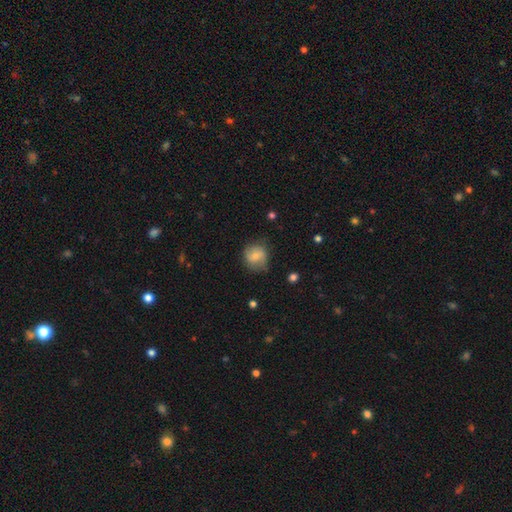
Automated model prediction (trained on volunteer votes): smooth 69%, featured or disk 23%, star or artifact 8%. Down the decision tree: how rounded — round (80%); merging — none (69%).